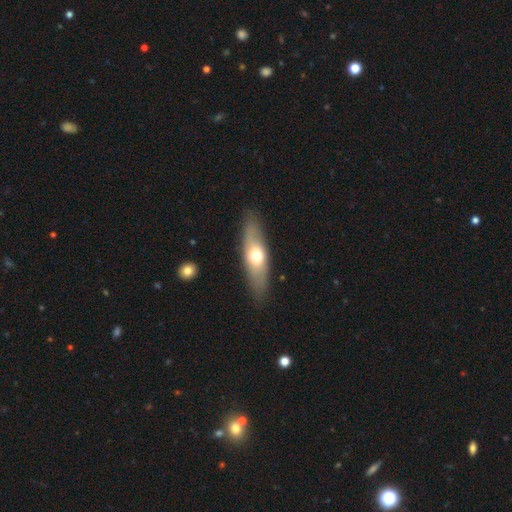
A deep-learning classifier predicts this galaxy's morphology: A smooth galaxy with no disk features (57%) that is in between round and cigar-shaped (53%).

Vote fractions:
- Smooth or featured? smooth: 57% / featured or disk: 38% / star or artifact: 6%
- How rounded? in between: 53% / cigar-shaped: 44% / round: 3%
- Merging? none: 84% / minor disturbance: 11% / major disturbance: 3% / merger: 1%